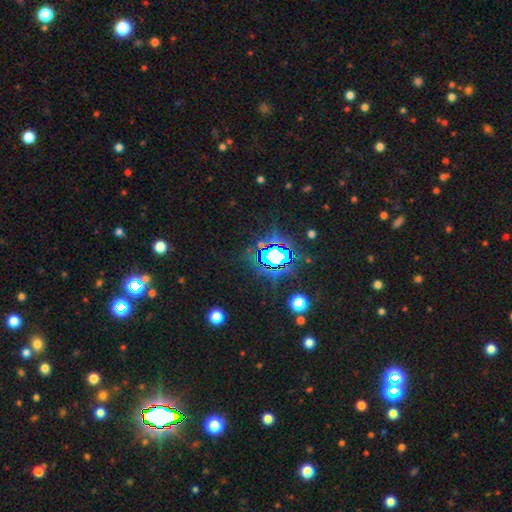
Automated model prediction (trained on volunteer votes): Q: Smooth or featured?
A: star or artifact (82%); runner-up: smooth (11%)